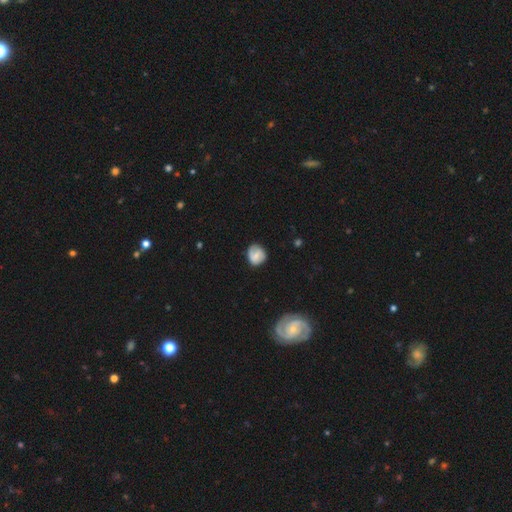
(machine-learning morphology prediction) Overall: smooth (61%; featured or disk 32%). How rounded: round (70%). Merging: none (65%; minor disturbance 27%).